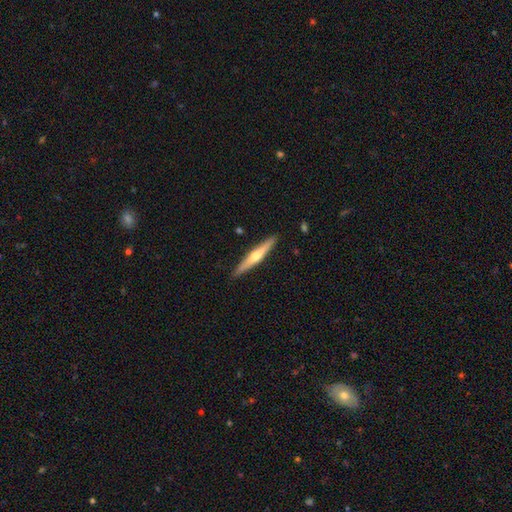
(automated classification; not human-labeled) Q: Smooth or featured?
A: featured or disk (60%); runner-up: smooth (35%)
Q: Edge-on disk?
A: yes (97%); runner-up: no (3%)
Q: Edge-on bulge?
A: rounded (85%); runner-up: none (11%)
Q: Merging?
A: none (90%); runner-up: minor disturbance (7%)